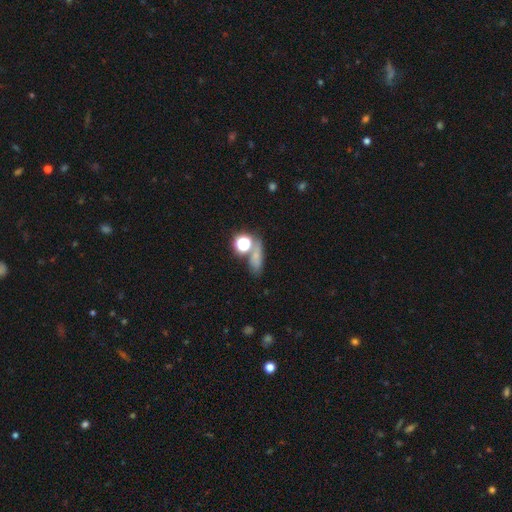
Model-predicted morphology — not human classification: This appears to be a smooth galaxy with no disk features (62%) that is in between round and cigar-shaped (46%). Merging: none (55%).